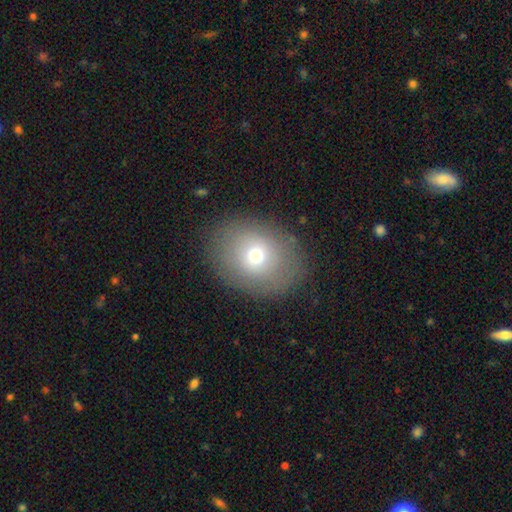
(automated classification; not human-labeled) Smooth or featured: smooth — 69% (featured or disk — 19%)
How rounded: round — 50% (in between — 49%)
Merging: none — 85% (minor disturbance — 10%)